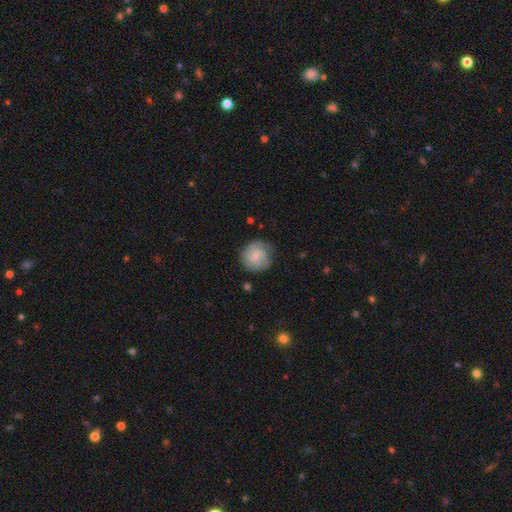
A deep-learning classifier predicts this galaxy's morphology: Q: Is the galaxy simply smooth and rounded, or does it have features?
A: featured or disk — 51%.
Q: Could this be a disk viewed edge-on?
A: no — 98%.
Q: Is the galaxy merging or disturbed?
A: none — 70%.